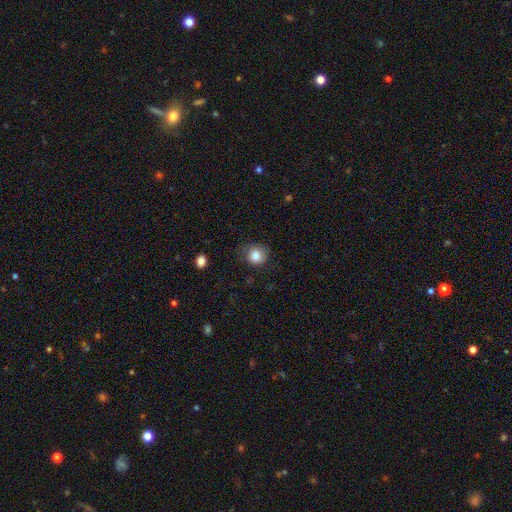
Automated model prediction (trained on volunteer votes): Overall: smooth (83%). How rounded: round (83%). Merging: none (66%).